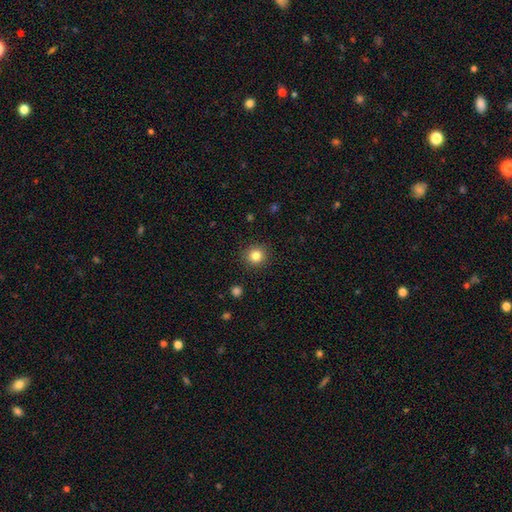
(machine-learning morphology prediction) This appears to be a smooth galaxy with no disk features (83%) that is round (92%). Merging: none (91%).